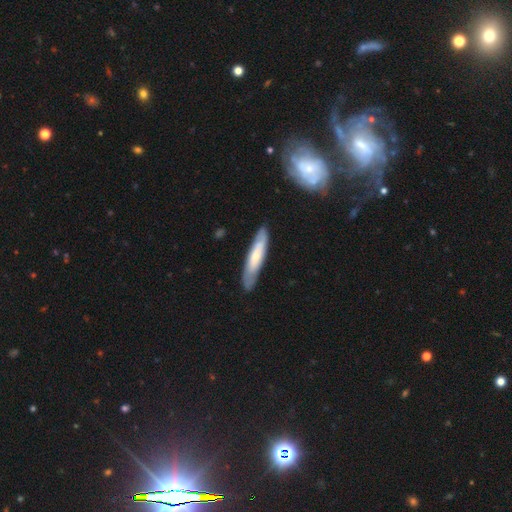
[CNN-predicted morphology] Q: Smooth or featured?
A: smooth (51%); runner-up: featured or disk (43%)
Q: How rounded?
A: cigar-shaped (85%); runner-up: in between (14%)
Q: Merging?
A: none (82%); runner-up: minor disturbance (14%)